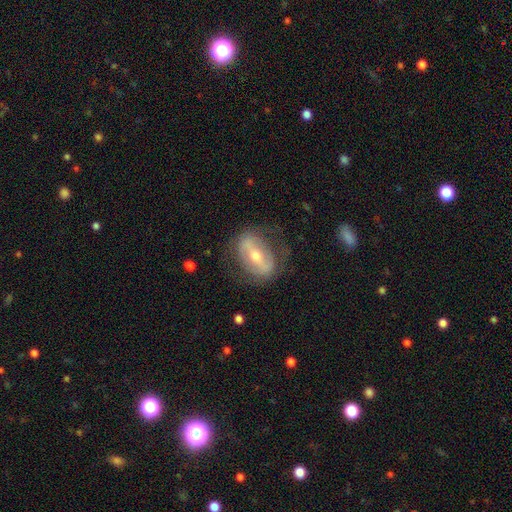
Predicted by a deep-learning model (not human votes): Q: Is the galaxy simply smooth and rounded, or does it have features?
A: featured or disk — 67%.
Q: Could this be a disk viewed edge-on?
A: no — 87%.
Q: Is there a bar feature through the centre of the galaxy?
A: strong — 60%.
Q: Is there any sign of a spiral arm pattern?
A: no — 60%.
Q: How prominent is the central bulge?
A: moderate — 55%.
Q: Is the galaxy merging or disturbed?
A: none — 69%.